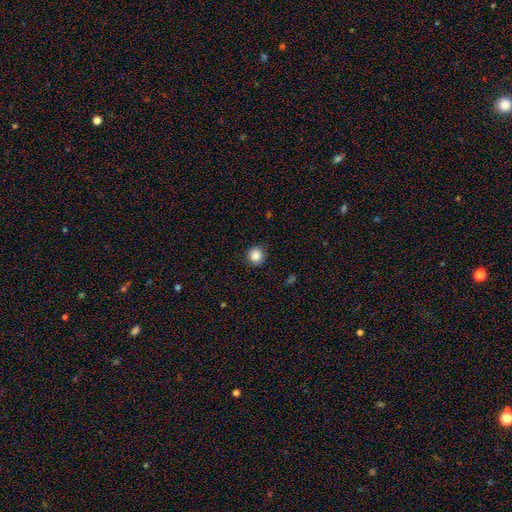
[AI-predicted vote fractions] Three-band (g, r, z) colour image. It shows a smooth galaxy with no disk features (87%) that is round (90%). Merging: none (88%).